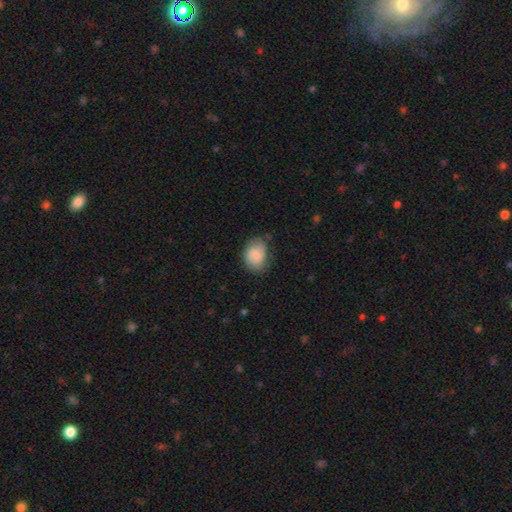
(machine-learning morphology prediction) smooth-or-featured: smooth: 81% | featured or disk: 12% | star or artifact: 7%
  how-rounded: in between: 62% | round: 37% | cigar-shaped: 1%
  merging: none: 67% | minor disturbance: 25% | major disturbance: 7% | merger: 1%